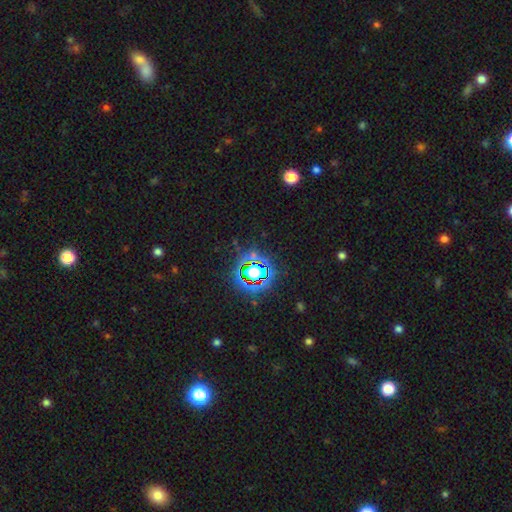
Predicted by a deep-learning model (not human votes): Overall: star or artifact (80%).